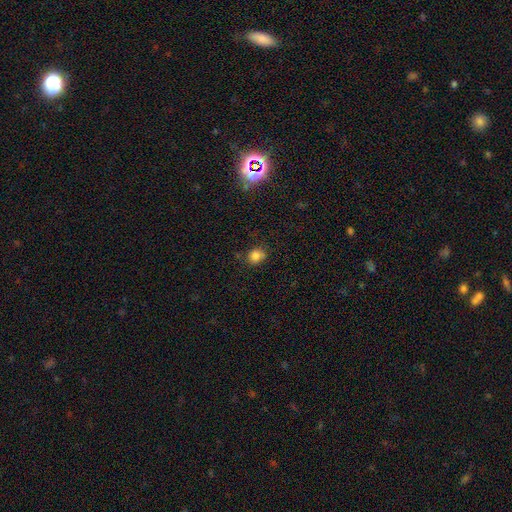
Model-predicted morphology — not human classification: The model was most divided on "how rounded": round: 68%, in between: 31%, cigar-shaped: 1%. More confident: smooth or featured — smooth (82%); merging — none (72%).